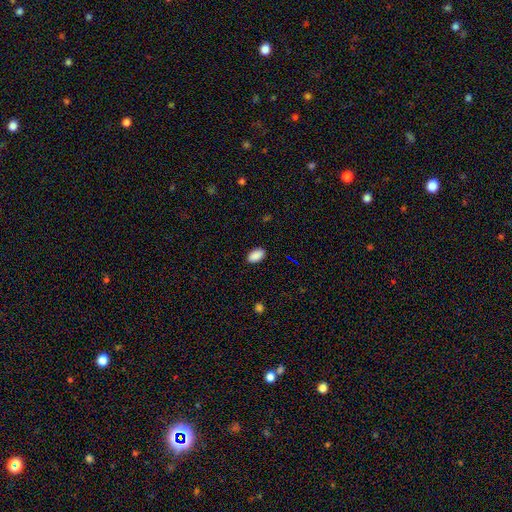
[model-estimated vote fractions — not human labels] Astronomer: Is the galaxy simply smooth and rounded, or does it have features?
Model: smooth — 90%.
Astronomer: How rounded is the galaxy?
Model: in between — 94%.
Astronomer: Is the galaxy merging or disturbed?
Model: none — 89%.